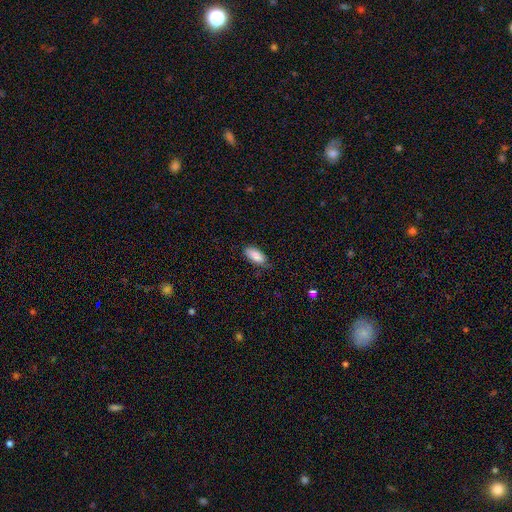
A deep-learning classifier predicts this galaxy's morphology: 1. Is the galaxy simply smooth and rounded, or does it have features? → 86% smooth, 7% featured or disk, 7% star or artifact.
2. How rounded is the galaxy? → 90% in between, 8% cigar-shaped, 2% round.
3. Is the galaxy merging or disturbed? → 63% none, 30% minor disturbance, 6% major disturbance, 1% merger.